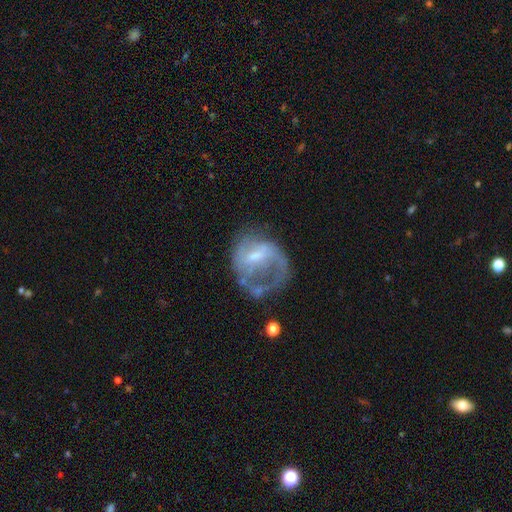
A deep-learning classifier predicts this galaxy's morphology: This appears to be a featured or disk galaxy (68%) with a weak bar (47%), spiral arms (60%) and a small central bulge (44%). Merging: major disturbance (42%).